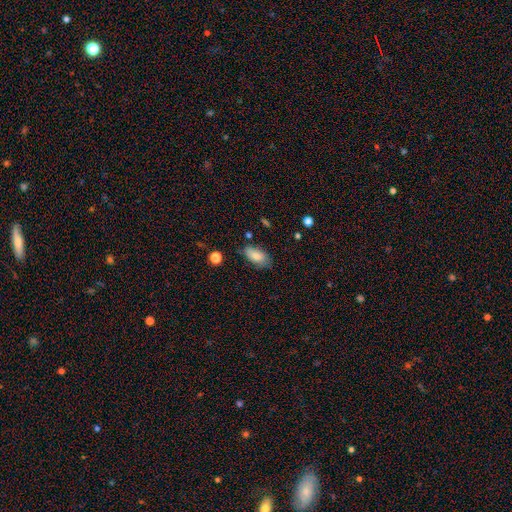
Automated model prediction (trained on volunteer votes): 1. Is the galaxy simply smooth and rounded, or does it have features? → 82% smooth, 11% featured or disk, 8% star or artifact.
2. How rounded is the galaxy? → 91% in between, 6% cigar-shaped, 4% round.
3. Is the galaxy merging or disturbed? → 71% none, 22% minor disturbance, 5% major disturbance, 3% merger.